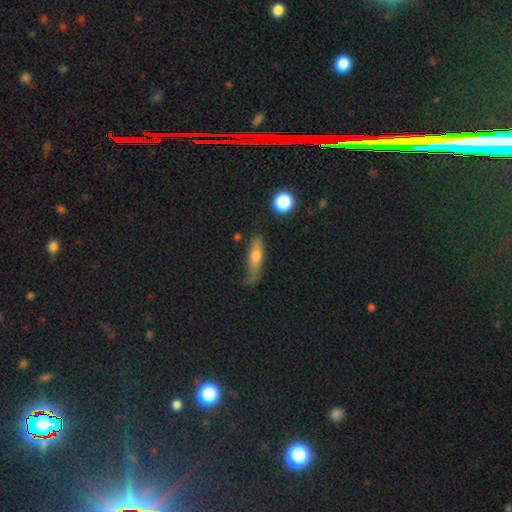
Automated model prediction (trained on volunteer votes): A smooth galaxy with no disk features (59%) that is cigar-shaped (67%). Merging: none (57%).